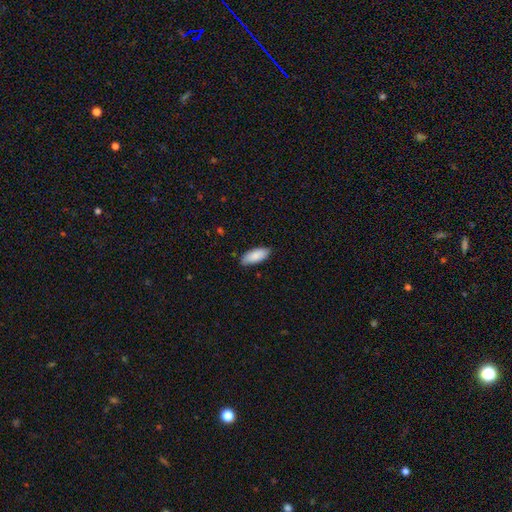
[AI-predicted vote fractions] The model was most divided on "merging": none: 83%, minor disturbance: 14%, major disturbance: 2%, merger: 1%. More confident: smooth or featured — smooth (86%); how rounded — in between (84%).